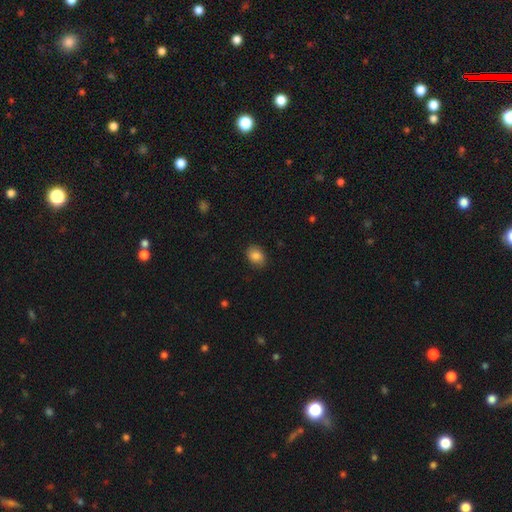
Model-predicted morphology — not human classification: This is clearly a smooth galaxy (87%). How rounded: likely in between (64%). Merging: clearly none (85%).